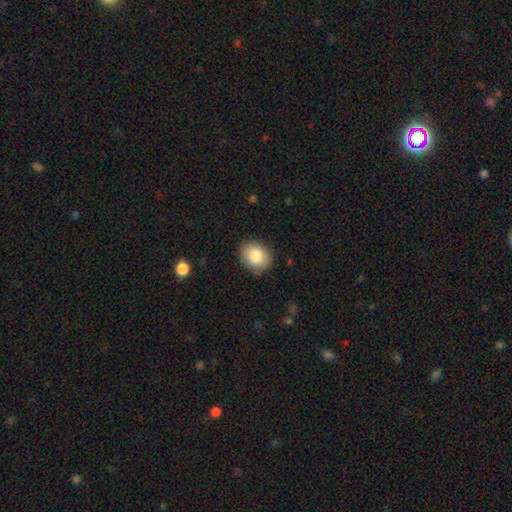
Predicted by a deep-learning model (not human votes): Smooth or featured?
  - smooth: 84% *
  - featured or disk: 8%
  - star or artifact: 7%
How rounded?
  - in between: 57% *
  - round: 42%
  - cigar-shaped: 1%
Merging?
  - none: 86% *
  - minor disturbance: 10%
  - major disturbance: 2%
  - merger: 1%